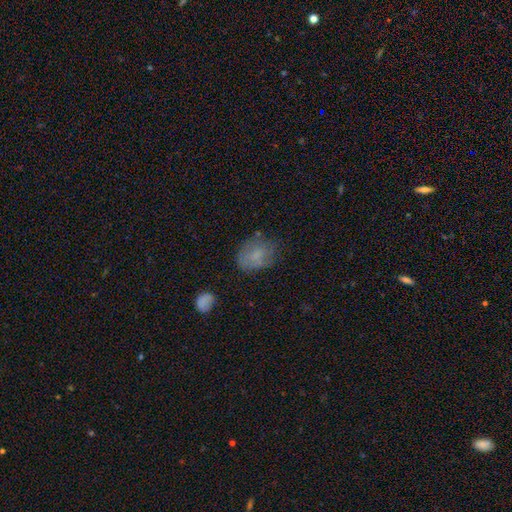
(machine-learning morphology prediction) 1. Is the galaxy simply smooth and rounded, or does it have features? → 70% smooth, 20% featured or disk, 11% star or artifact.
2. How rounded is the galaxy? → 62% in between, 36% round, 1% cigar-shaped.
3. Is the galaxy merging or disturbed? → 60% none, 25% minor disturbance, 12% major disturbance, 4% merger.